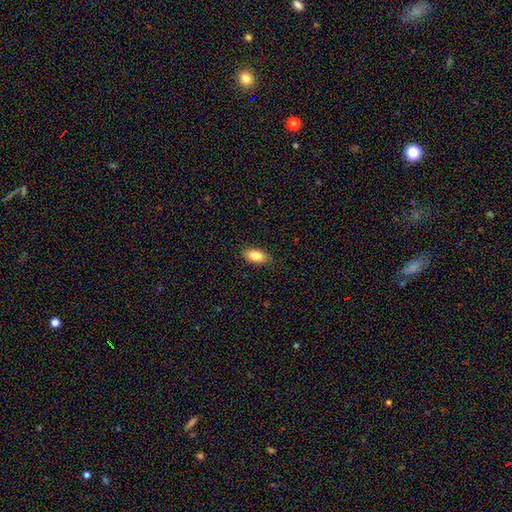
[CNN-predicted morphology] A smooth galaxy with no disk features (84%) that is in between round and cigar-shaped (90%).

Vote fractions:
- Smooth or featured? smooth: 84% / featured or disk: 9% / star or artifact: 7%
- How rounded? in between: 90% / cigar-shaped: 6% / round: 4%
- Merging? none: 87% / minor disturbance: 10% / major disturbance: 2% / merger: 1%